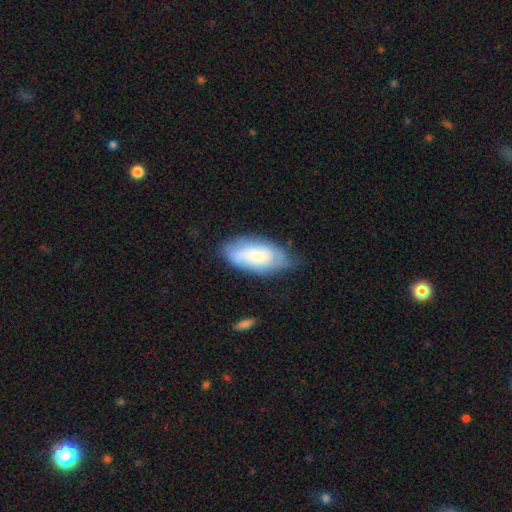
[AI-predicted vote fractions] Smooth or featured: smooth — 49% (featured or disk — 44%)
Merging: none — 62% (minor disturbance — 29%)